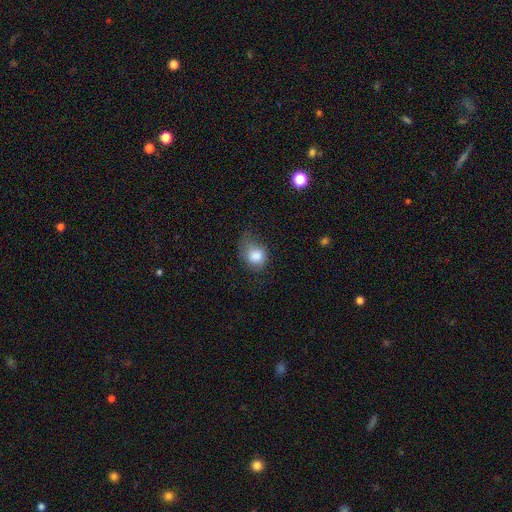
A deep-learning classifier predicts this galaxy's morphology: Smooth or featured?
  - smooth: 81% *
  - featured or disk: 11%
  - star or artifact: 8%
How rounded?
  - round: 51% *
  - in between: 48%
  - cigar-shaped: 1%
Merging?
  - minor disturbance: 36% *
  - none: 35%
  - major disturbance: 27%
  - merger: 2%